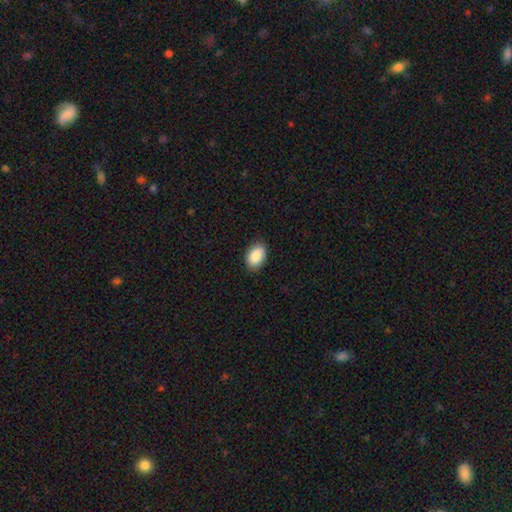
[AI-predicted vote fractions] The model was most divided on "merging": none: 86%, minor disturbance: 11%, major disturbance: 2%, merger: 1%. More confident: how rounded — in between (89%); smooth or featured — smooth (88%).